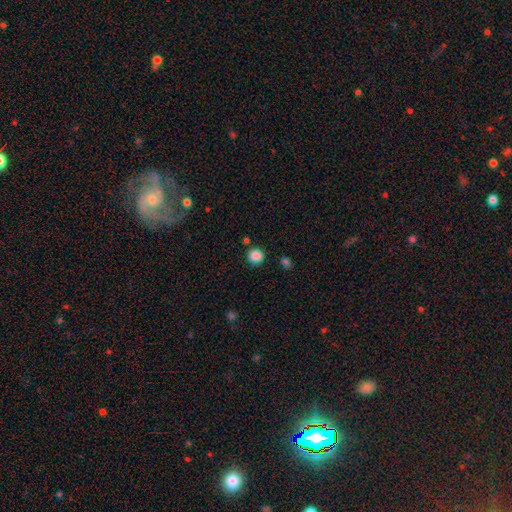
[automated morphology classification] Smooth or featured: smooth — 87% (star or artifact — 11%)
How rounded: round — 91% (in between — 8%)
Merging: none — 85% (minor disturbance — 8%)